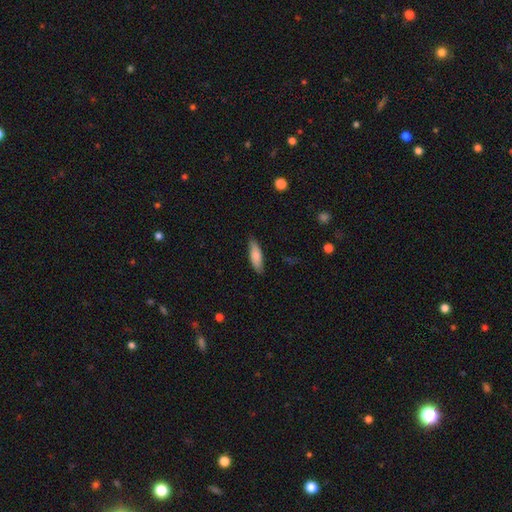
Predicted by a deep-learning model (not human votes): Smooth or featured? smooth (83%)
How rounded? in between (51%)
Merging? none (85%)